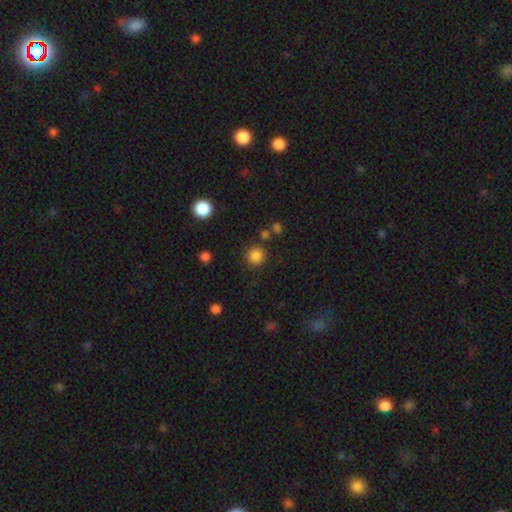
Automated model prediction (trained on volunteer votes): This appears to be a smooth galaxy with no disk features (84%) that is round (92%). Merging: none (84%).